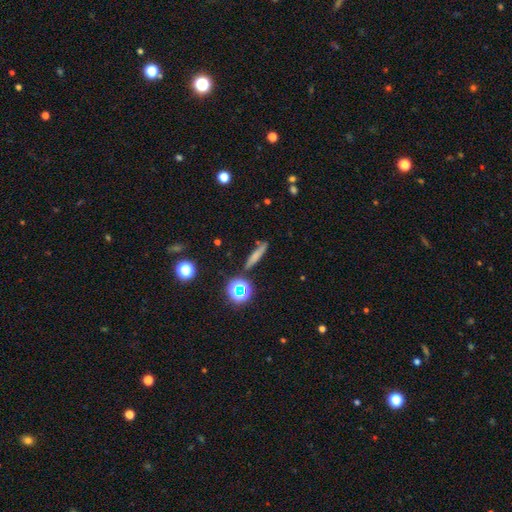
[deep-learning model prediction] The model was most divided on "smooth or featured": smooth: 66%, featured or disk: 18%, star or artifact: 16%. More confident: how rounded — cigar-shaped (84%); merging — none (82%).